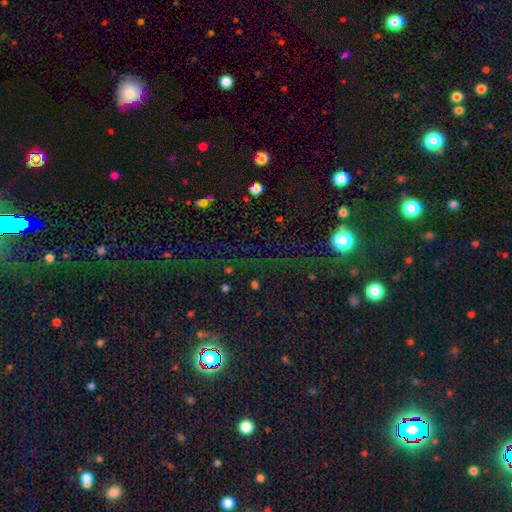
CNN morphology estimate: This is likely a star or artifact rather than a galaxy (71%).